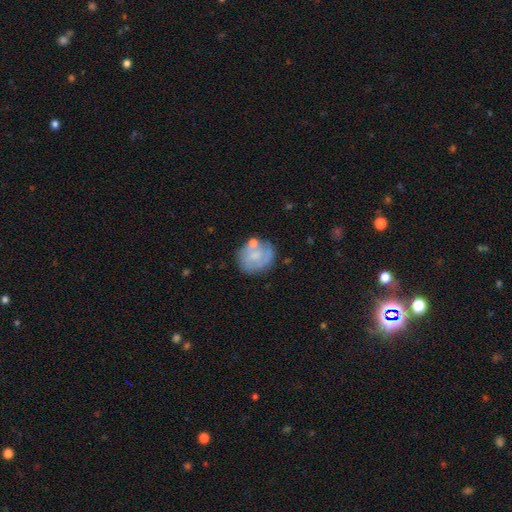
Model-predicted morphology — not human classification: Smooth or featured?
  - smooth: 57% *
  - featured or disk: 35%
  - star or artifact: 8%
How rounded?
  - round: 62% *
  - in between: 37%
  - cigar-shaped: 1%
Merging?
  - none: 59% *
  - minor disturbance: 21%
  - merger: 12%
  - major disturbance: 8%